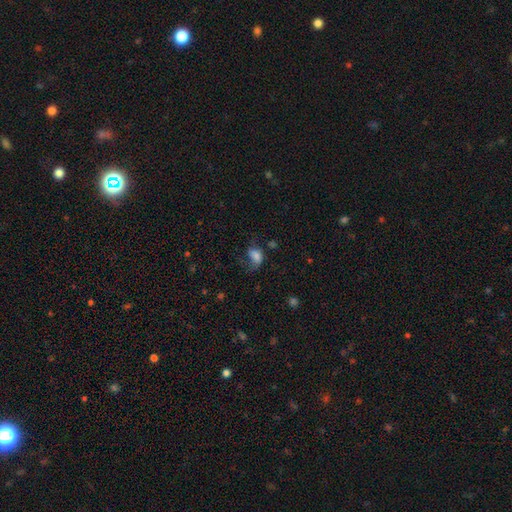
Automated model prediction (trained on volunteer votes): Smooth or featured?
  - smooth: 69% *
  - featured or disk: 19%
  - star or artifact: 12%
How rounded?
  - in between: 79% *
  - round: 19%
  - cigar-shaped: 2%
Merging?
  - major disturbance: 37% *
  - none: 32%
  - minor disturbance: 27%
  - merger: 4%